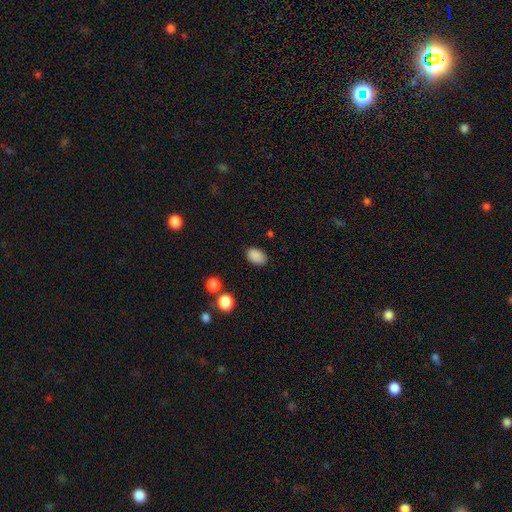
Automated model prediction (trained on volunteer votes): This appears to be a smooth galaxy with no disk features (87%) that is in between round and cigar-shaped (87%). Merging: none (84%).